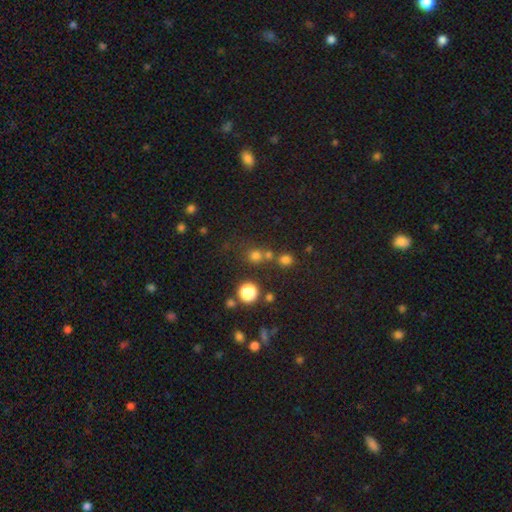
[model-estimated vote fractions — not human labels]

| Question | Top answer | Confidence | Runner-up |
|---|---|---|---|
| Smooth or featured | smooth | 67% | star or artifact (25%) |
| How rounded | round | 89% | in between (10%) |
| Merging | none | 64% | merger (23%) |